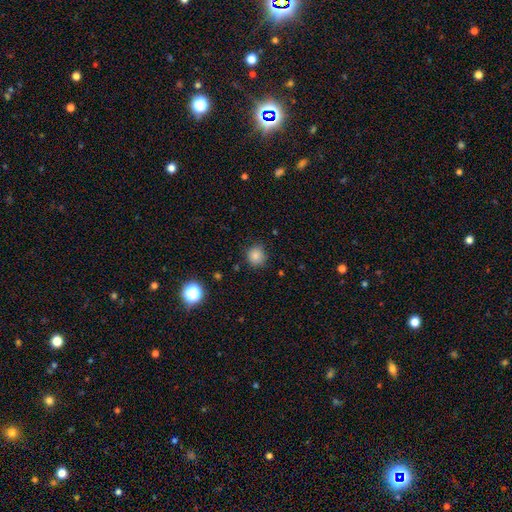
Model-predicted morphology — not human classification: Smooth or featured? smooth (84%)
How rounded? round (89%)
Merging? none (84%)